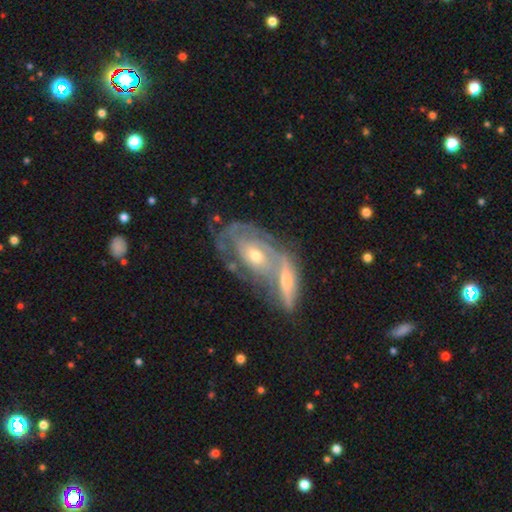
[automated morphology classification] smooth-or-featured: featured or disk: 76% | smooth: 18% | star or artifact: 6%
  disk-edge-on: no: 90% | yes: 10%
    bar: no: 68% | weak: 25% | strong: 7%
    has-spiral-arms: yes: 79% | no: 21%
      spiral-winding: tight: 60% | medium: 29% | loose: 10%
      spiral-arm-count: can't tell: 50% | 2: 29% | 3: 9% | 1: 6% | 4: 3% | more than 4: 3%
    bulge-size: moderate: 49% | small: 46% | large: 3% | none: 1% | dominant: 1%
  merging: merger: 46% | none: 31% | minor disturbance: 14% | major disturbance: 9%